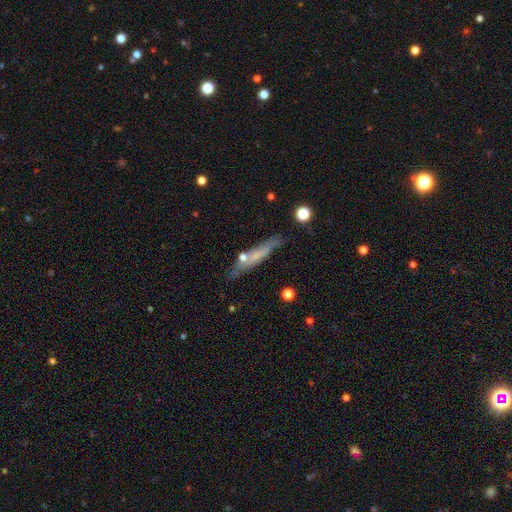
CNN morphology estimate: type=smooth (51%); roundness=cigar-shaped (89%); merging=none (72%).